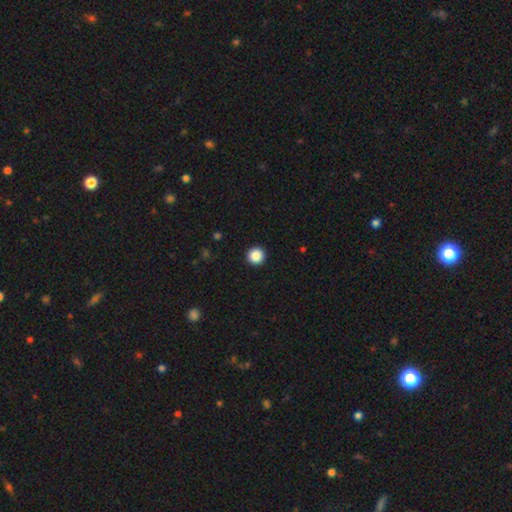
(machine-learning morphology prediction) smooth 87%, star or artifact 10%, featured or disk 3%. Down the decision tree: how rounded — round (96%); merging — none (94%).